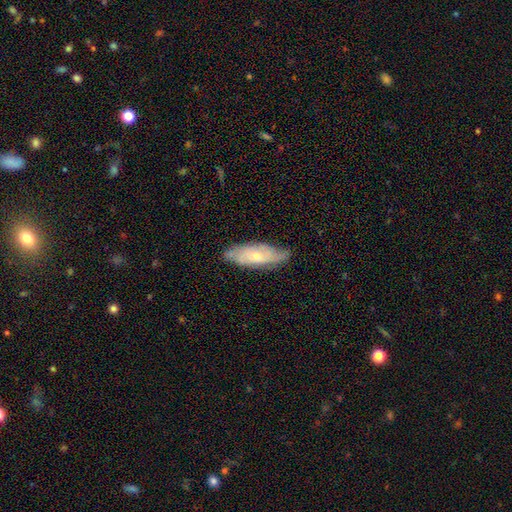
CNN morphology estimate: Smooth or featured: featured or disk — 59% (smooth — 35%)
Edge-on disk: no — 80% (yes — 20%)
Merging: none — 71% (minor disturbance — 23%)